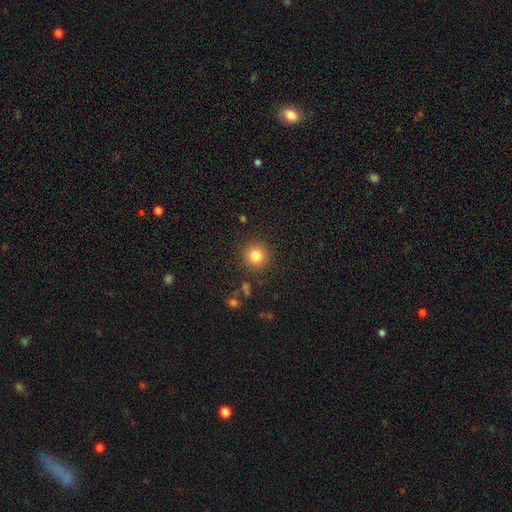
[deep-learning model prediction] This appears to be a smooth galaxy with no disk features (82%) that is round (93%). Merging: none (89%).